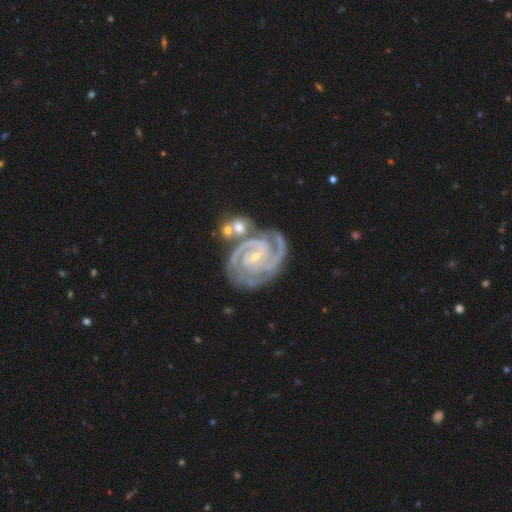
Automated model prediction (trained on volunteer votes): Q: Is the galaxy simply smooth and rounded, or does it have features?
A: featured or disk — 93%.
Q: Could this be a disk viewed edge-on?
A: no — 98%.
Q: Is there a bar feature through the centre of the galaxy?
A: no — 51%.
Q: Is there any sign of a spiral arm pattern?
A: yes — 99%.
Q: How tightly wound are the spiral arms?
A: tight — 69%.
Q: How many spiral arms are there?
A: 2 — 53%.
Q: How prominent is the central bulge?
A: small — 81%.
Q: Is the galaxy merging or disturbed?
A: none — 55%.